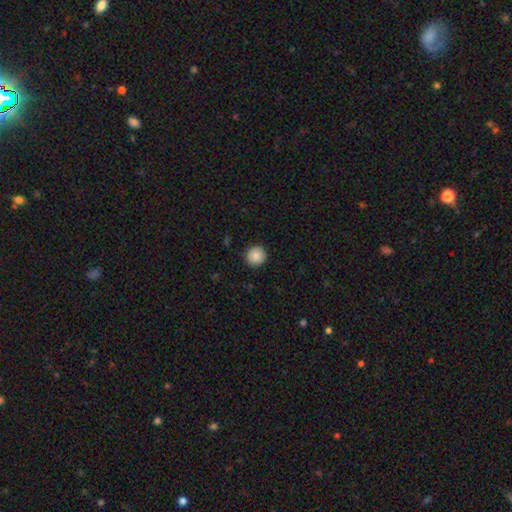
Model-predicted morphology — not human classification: smooth 87%, star or artifact 8%, featured or disk 5%. Down the decision tree: how rounded — round (95%); merging — none (92%).